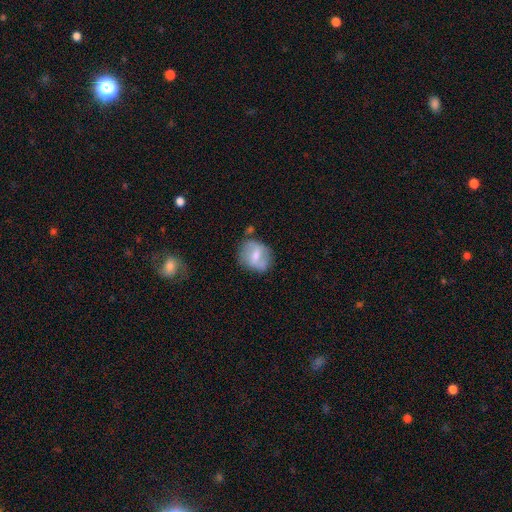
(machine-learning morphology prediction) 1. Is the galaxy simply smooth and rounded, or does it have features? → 51% smooth, 41% featured or disk, 8% star or artifact.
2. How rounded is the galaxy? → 58% round, 41% in between, 2% cigar-shaped.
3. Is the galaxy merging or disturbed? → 63% none, 23% minor disturbance, 8% major disturbance, 6% merger.